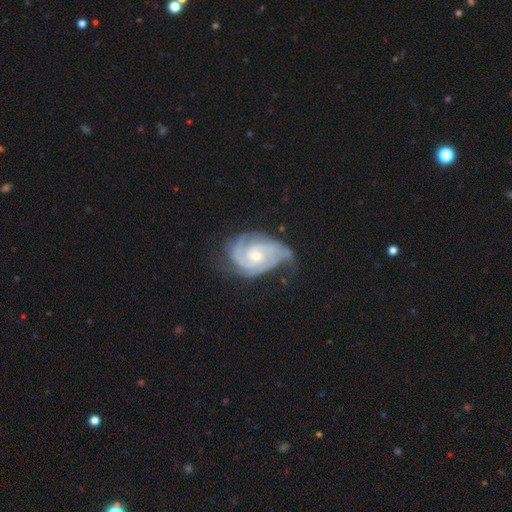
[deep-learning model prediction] Smooth or featured? Predicted: featured or disk (p=0.91). Edge-on disk? Predicted: no (p=0.98). Bar? Predicted: no (p=0.68). Spiral arms? Predicted: yes (p=0.98). Spiral winding? Predicted: tight (p=0.69). Spiral arm count? Predicted: 3 (p=0.42). Bulge size? Predicted: moderate (p=0.51). Merging? Predicted: none (p=0.59).